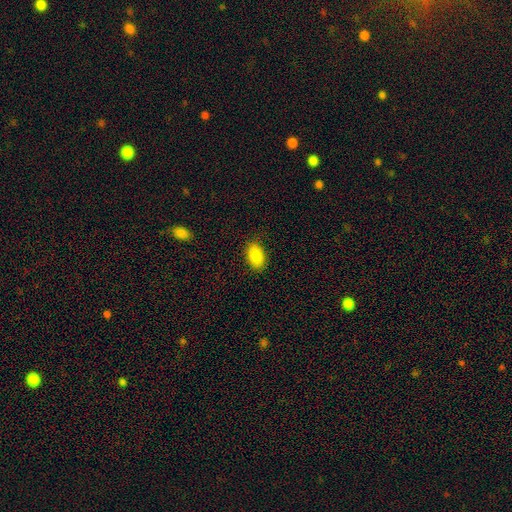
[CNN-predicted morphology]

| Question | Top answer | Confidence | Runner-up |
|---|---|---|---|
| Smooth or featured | smooth | 88% | star or artifact (7%) |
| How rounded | in between | 92% | round (6%) |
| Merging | none | 86% | minor disturbance (10%) |